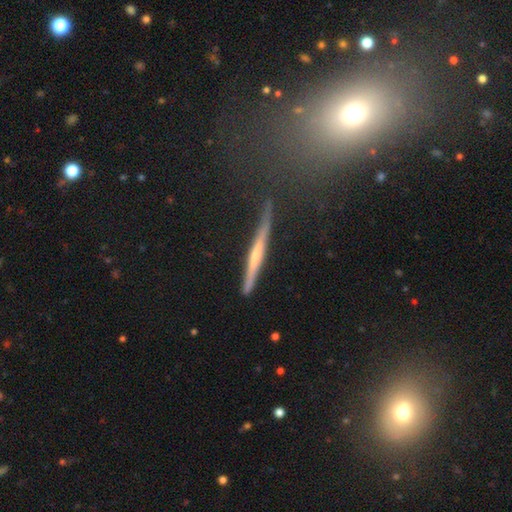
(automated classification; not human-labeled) Morphology: type=featured or disk (74%); edge-on=yes (95%); edge-on bulge=rounded (60%); merging=none (82%).